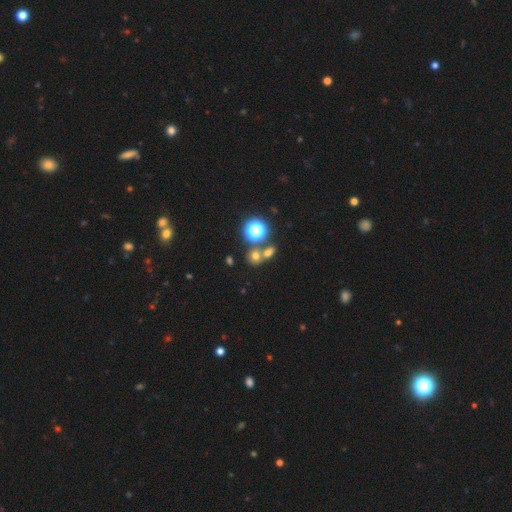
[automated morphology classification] Smooth or featured? smooth (60%)
How rounded? round (75%)
Merging? none (54%)